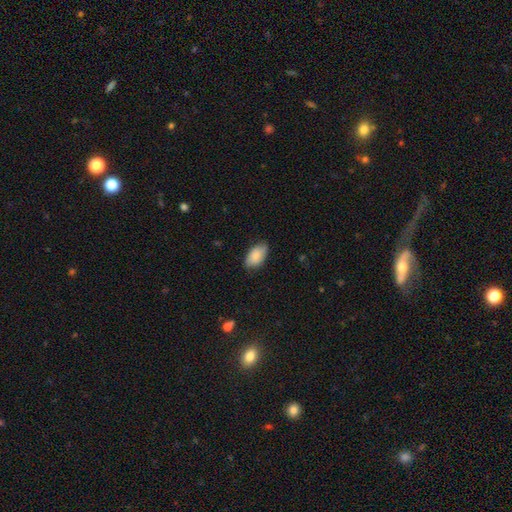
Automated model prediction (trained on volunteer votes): This is clearly a smooth galaxy (83%). How rounded: clearly in between (94%). Merging: likely none (80%).